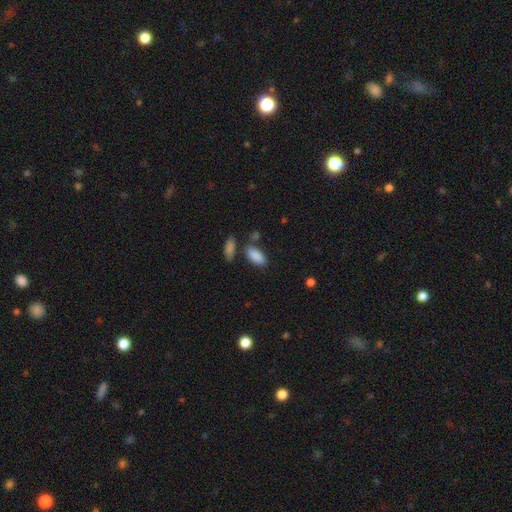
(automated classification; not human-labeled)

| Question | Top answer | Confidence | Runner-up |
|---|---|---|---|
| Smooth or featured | smooth | 88% | star or artifact (7%) |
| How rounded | in between | 86% | cigar-shaped (11%) |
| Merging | none | 70% | minor disturbance (14%) |